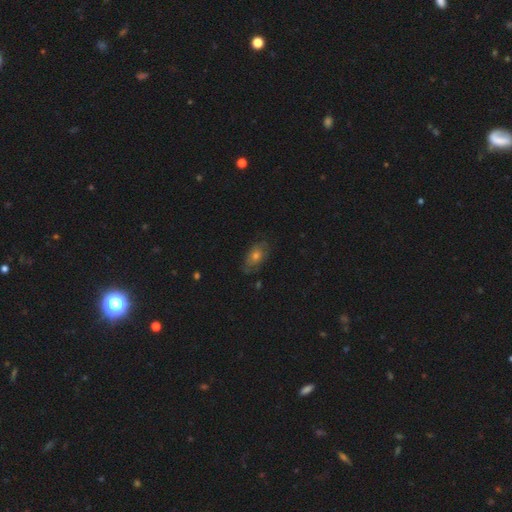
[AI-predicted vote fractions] Smooth or featured?
  - smooth: 50% *
  - featured or disk: 33%
  - star or artifact: 17%
How rounded?
  - in between: 83% *
  - round: 13%
  - cigar-shaped: 4%
Merging?
  - none: 73% *
  - minor disturbance: 20%
  - major disturbance: 5%
  - merger: 2%